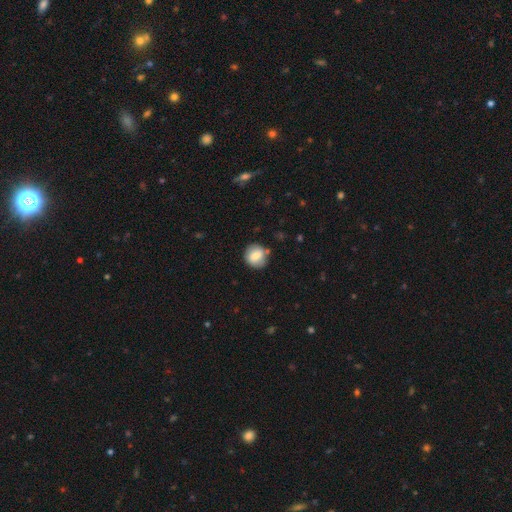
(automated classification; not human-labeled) Smooth or featured? smooth (76%)
How rounded? round (85%)
Merging? none (79%)